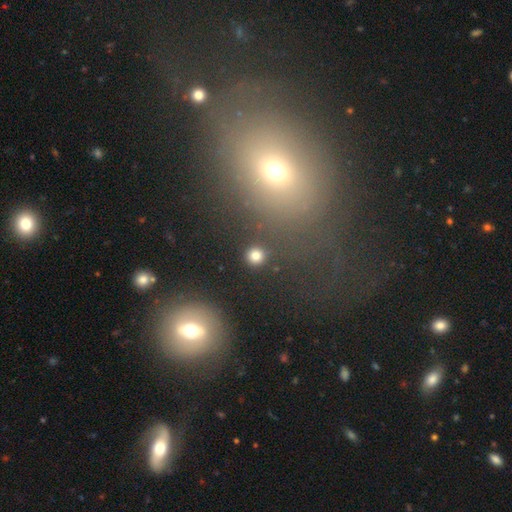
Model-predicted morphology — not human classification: Smooth or featured? smooth (79%)
How rounded? round (93%)
Merging? none (88%)